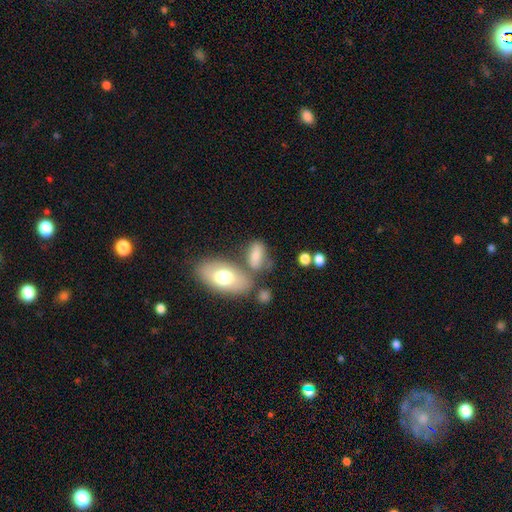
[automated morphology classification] Smooth or featured: smooth — 74% (featured or disk — 17%)
How rounded: in between — 87% (cigar-shaped — 7%)
Merging: none — 51% (merger — 22%)